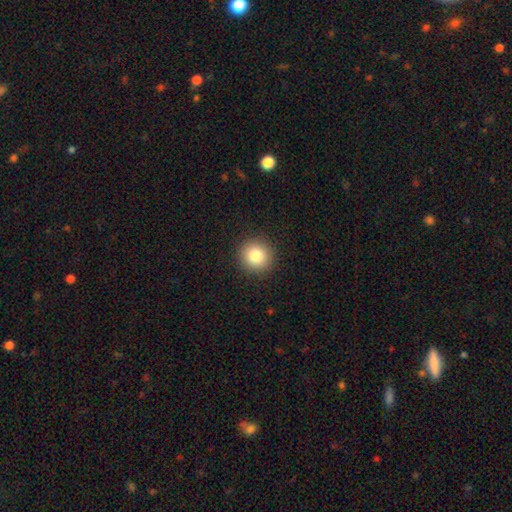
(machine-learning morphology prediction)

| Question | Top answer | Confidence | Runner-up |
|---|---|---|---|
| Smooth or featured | smooth | 83% | star or artifact (10%) |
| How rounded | round | 93% | in between (6%) |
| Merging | none | 92% | minor disturbance (5%) |